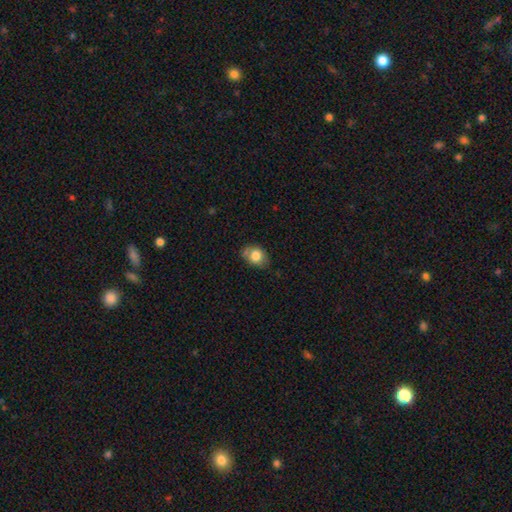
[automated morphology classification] Q: Smooth or featured?
A: smooth (79%); runner-up: featured or disk (13%)
Q: How rounded?
A: in between (61%); runner-up: round (38%)
Q: Merging?
A: none (62%); runner-up: minor disturbance (26%)